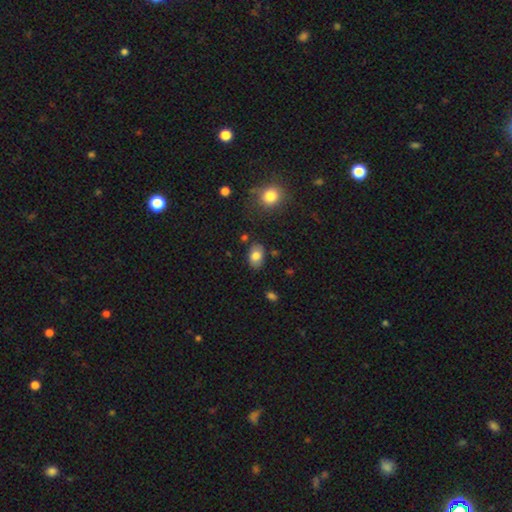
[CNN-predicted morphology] This appears to be a smooth galaxy with no disk features (80%) that is in between round and cigar-shaped (84%). Merging: none (82%).